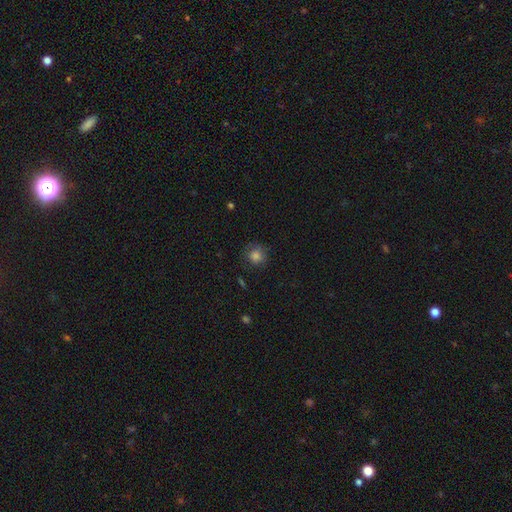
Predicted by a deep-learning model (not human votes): A smooth galaxy with no disk features (79%) that is round (88%).

Vote fractions:
- Smooth or featured? smooth: 79% / star or artifact: 12% / featured or disk: 9%
- How rounded? round: 88% / in between: 11% / cigar-shaped: 1%
- Merging? none: 75% / minor disturbance: 17% / major disturbance: 6% / merger: 1%